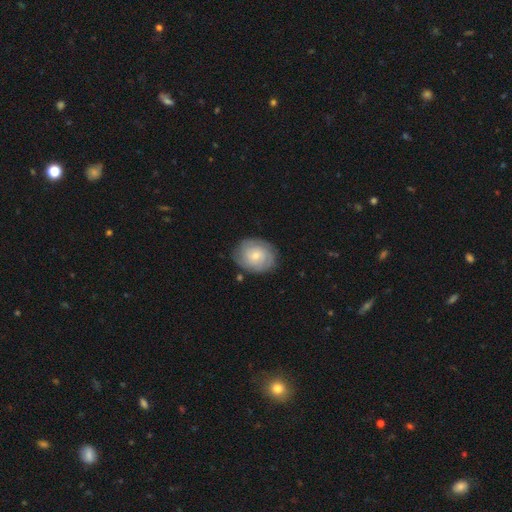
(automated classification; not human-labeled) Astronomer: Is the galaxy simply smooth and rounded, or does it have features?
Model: featured or disk — 61%.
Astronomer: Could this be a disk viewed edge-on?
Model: no — 97%.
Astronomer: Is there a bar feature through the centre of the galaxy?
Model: no — 76%.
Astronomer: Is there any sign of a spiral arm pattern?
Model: yes — 86%.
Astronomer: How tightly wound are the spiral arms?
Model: tight — 74%.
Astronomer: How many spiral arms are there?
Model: can't tell — 43% (runner-up: 2, 27%).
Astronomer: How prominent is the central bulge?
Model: small — 61%.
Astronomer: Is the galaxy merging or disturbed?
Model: none — 79%.